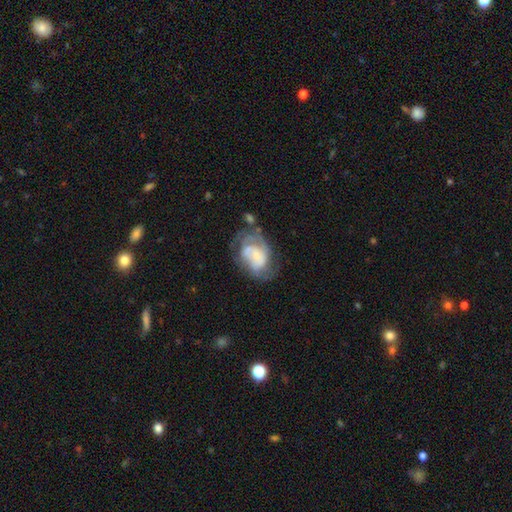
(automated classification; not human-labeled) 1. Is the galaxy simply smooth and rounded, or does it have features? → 68% featured or disk, 24% smooth, 8% star or artifact.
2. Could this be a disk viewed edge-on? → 97% no, 3% yes.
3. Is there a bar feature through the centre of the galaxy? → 66% no, 27% weak, 7% strong.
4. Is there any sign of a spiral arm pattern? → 73% yes, 27% no.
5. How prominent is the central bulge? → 41% small, 23% none, 21% moderate, 13% large, 3% dominant.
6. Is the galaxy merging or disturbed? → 39% none, 27% major disturbance, 24% minor disturbance, 11% merger.